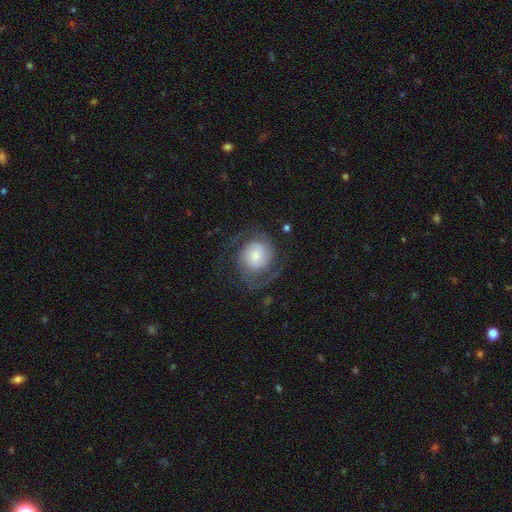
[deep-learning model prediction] featured or disk 79%, smooth 15%, star or artifact 6%. Down the decision tree: edge-on disk — no (98%); bar — no (70%); spiral arms — yes (95%); spiral arm count — 2 (83%); spiral winding — medium (45%); bulge size — small (48%); merging — none (70%).